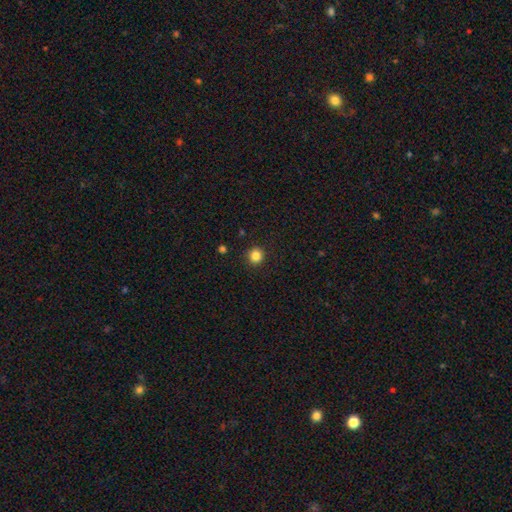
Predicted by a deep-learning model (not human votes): Smooth or featured: smooth — 85% (star or artifact — 12%)
How rounded: round — 91% (in between — 8%)
Merging: none — 91% (minor disturbance — 6%)